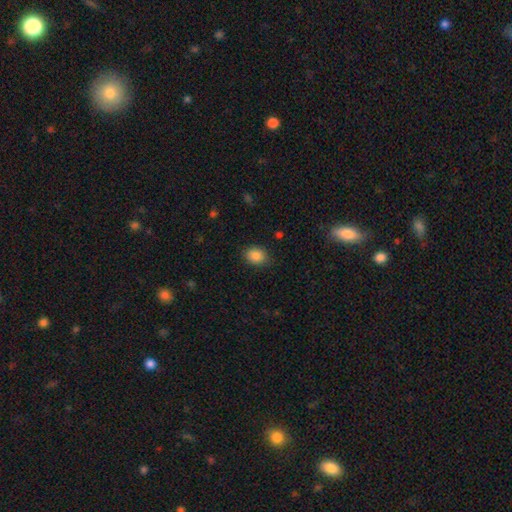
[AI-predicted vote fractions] smooth-or-featured: smooth: 87% | star or artifact: 9% | featured or disk: 4%
  how-rounded: in between: 62% | round: 37% | cigar-shaped: 1%
  merging: none: 85% | minor disturbance: 11% | major disturbance: 3% | merger: 1%